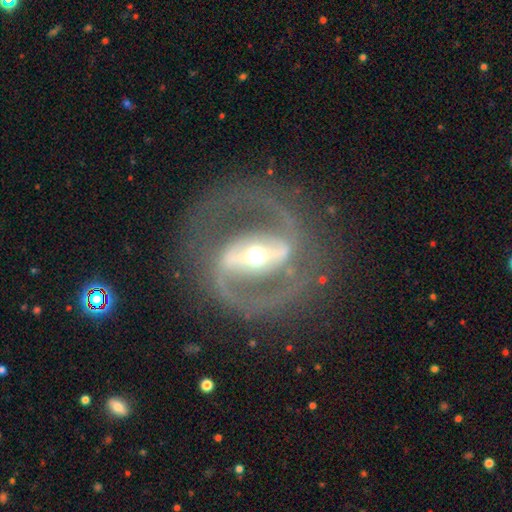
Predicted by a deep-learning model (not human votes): This is clearly a featured or disk galaxy (86%). It is clearly not viewed edge-on (93%). Bar: likely strong (74%). Spiral arm pattern: likely yes (77%). Spiral arm count: clearly 2 (86%). Spiral winding: possibly medium (52%). Central bulge: likely moderate (63%). Merging: likely none (73%).